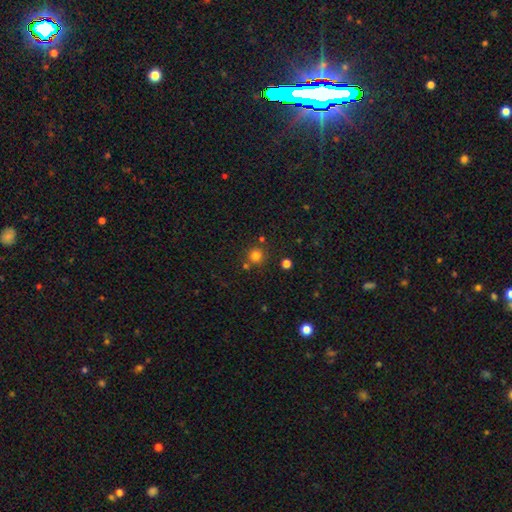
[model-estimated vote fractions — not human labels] Smooth or featured? smooth (78%)
How rounded? round (93%)
Merging? none (78%)